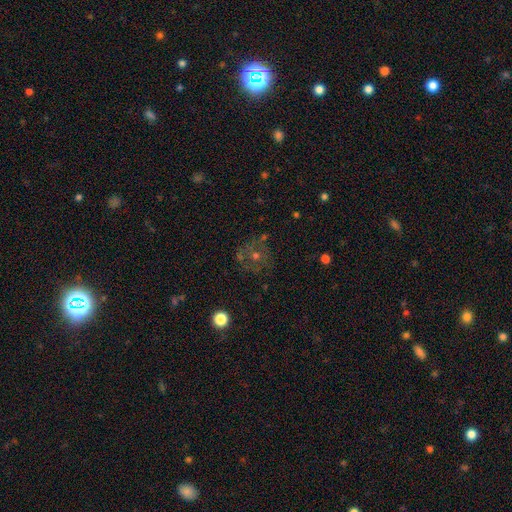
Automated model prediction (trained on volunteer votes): Overall: featured or disk (37%, tied with smooth). Merging: none (69%).